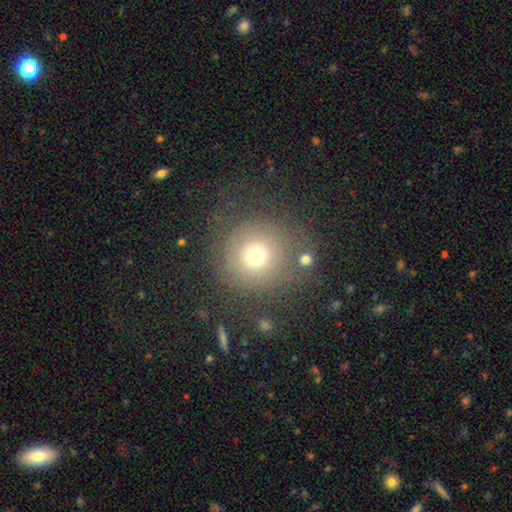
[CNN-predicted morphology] Smooth or featured?
  - smooth: 69% *
  - star or artifact: 17%
  - featured or disk: 15%
How rounded?
  - round: 94% *
  - in between: 5%
  - cigar-shaped: 1%
Merging?
  - none: 76% *
  - minor disturbance: 11%
  - major disturbance: 9%
  - merger: 4%